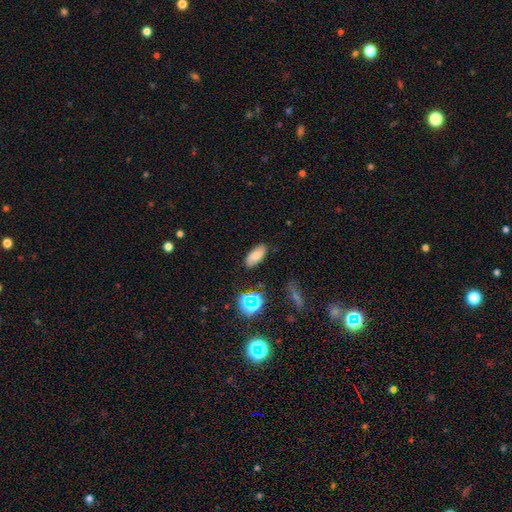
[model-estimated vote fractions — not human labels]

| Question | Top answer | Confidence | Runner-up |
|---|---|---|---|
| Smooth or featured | smooth | 69% | featured or disk (17%) |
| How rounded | in between | 89% | cigar-shaped (7%) |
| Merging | none | 82% | minor disturbance (13%) |